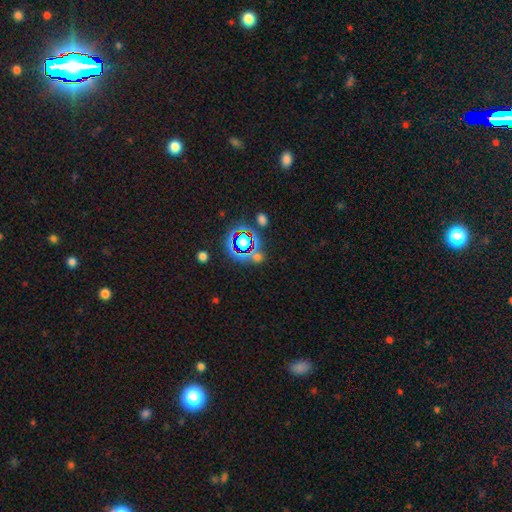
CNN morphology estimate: Smooth or featured?
  - star or artifact: 70% *
  - smooth: 20%
  - featured or disk: 10%